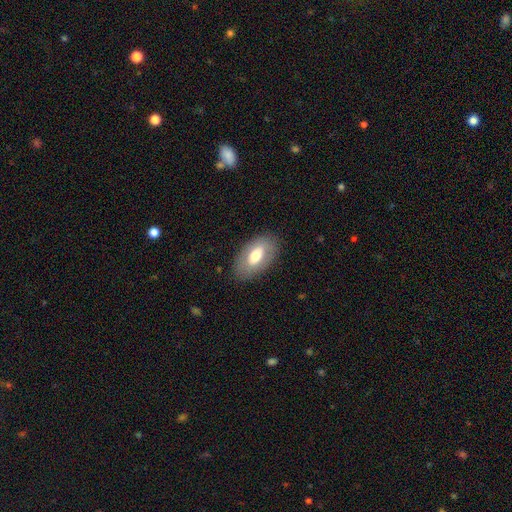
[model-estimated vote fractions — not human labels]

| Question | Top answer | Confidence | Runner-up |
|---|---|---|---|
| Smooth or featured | smooth | 61% | featured or disk (32%) |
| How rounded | in between | 93% | round (4%) |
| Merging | none | 84% | minor disturbance (11%) |